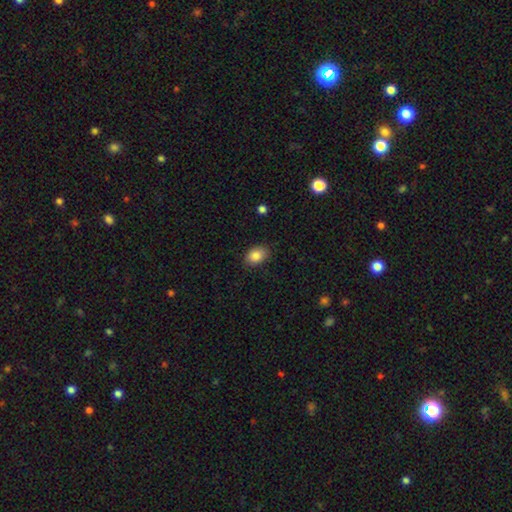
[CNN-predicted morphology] A smooth galaxy with no disk features (85%) that is in between round and cigar-shaped (81%).

Vote fractions:
- Smooth or featured? smooth: 85% / star or artifact: 8% / featured or disk: 7%
- How rounded? in between: 81% / round: 18% / cigar-shaped: 1%
- Merging? none: 83% / minor disturbance: 13% / major disturbance: 3% / merger: 1%